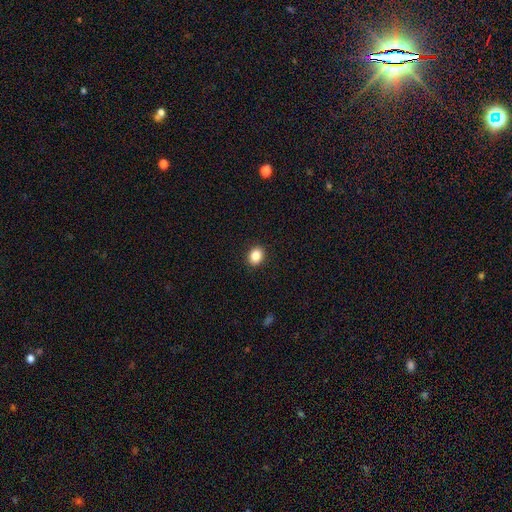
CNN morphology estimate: Overall: smooth (86%). How rounded: round (53%; in between 46%). Merging: none (91%).